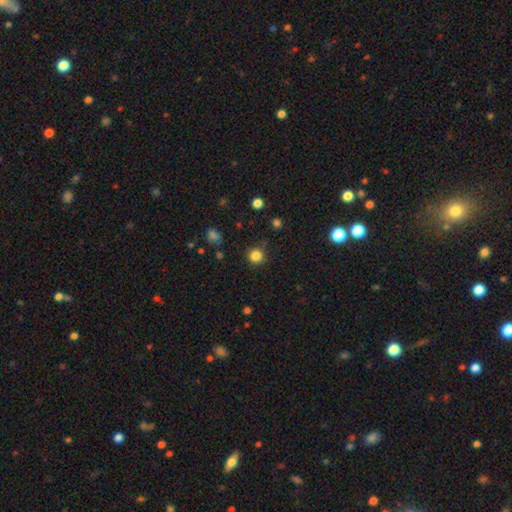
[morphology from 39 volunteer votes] Smooth or featured? 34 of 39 (87%) said smooth. How rounded? 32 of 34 (94%) said round. Merging? 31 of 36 (86%) said none.